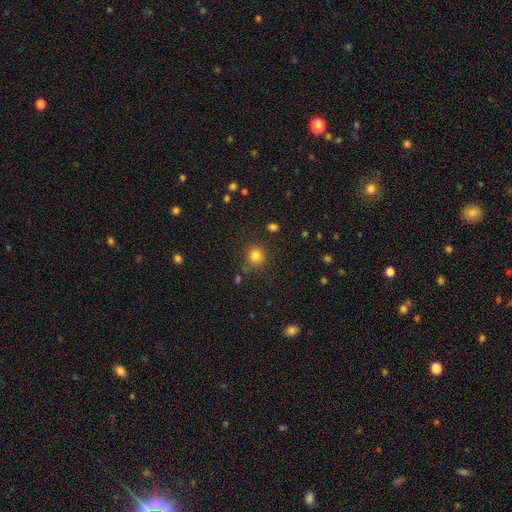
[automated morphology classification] Smooth or featured?
  - smooth: 81% *
  - star or artifact: 13%
  - featured or disk: 5%
How rounded?
  - round: 89% *
  - in between: 10%
  - cigar-shaped: 1%
Merging?
  - none: 80% *
  - minor disturbance: 11%
  - merger: 5%
  - major disturbance: 4%